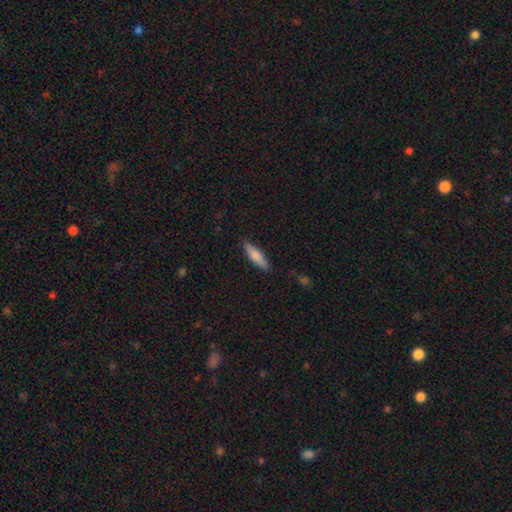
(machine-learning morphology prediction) This appears to be a smooth galaxy with no disk features (76%) that is cigar-shaped (71%). Merging: none (86%).